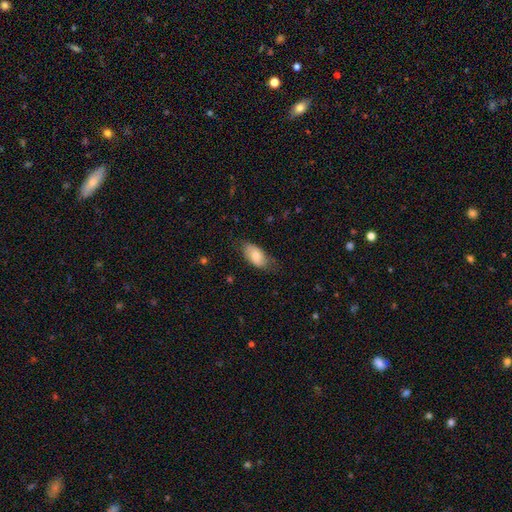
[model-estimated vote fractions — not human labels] smooth-or-featured: smooth: 73% | featured or disk: 20% | star or artifact: 6%
  how-rounded: in between: 93% | round: 4% | cigar-shaped: 3%
  merging: none: 67% | minor disturbance: 25% | major disturbance: 7% | merger: 1%